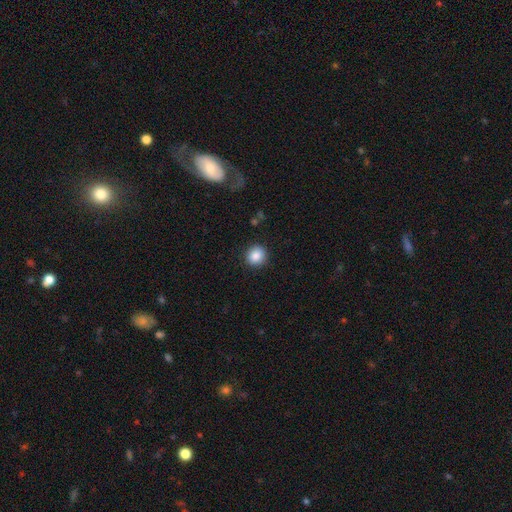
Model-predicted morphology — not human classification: Smooth or featured?
  - smooth: 86% *
  - star or artifact: 9%
  - featured or disk: 5%
How rounded?
  - round: 90% *
  - in between: 10%
  - cigar-shaped: 1%
Merging?
  - none: 90% *
  - minor disturbance: 7%
  - major disturbance: 2%
  - merger: 1%